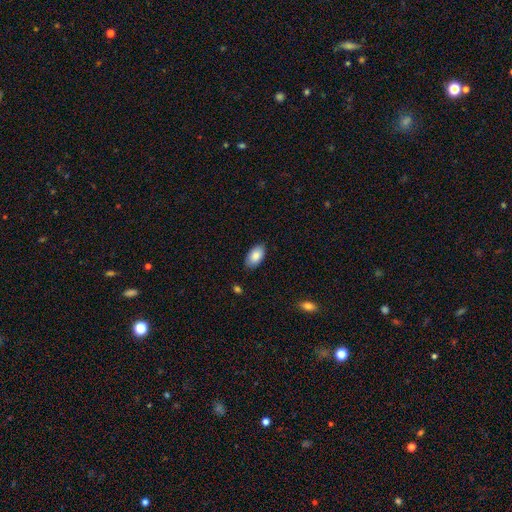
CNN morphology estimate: This is clearly a smooth galaxy (86%). How rounded: clearly in between (95%). Merging: clearly none (85%).